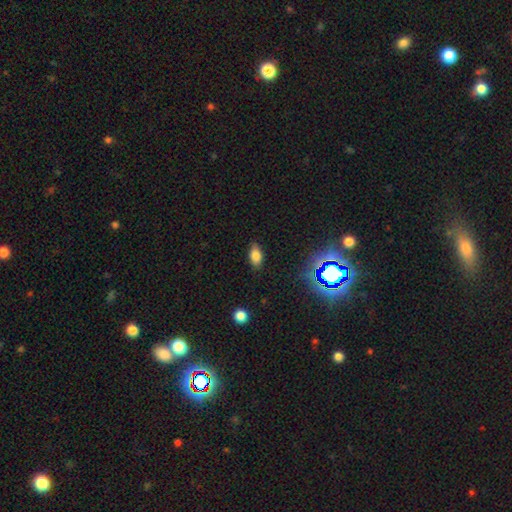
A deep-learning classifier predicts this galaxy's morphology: A smooth galaxy with no disk features (78%) that is in between round and cigar-shaped (89%). Merging: none (85%).